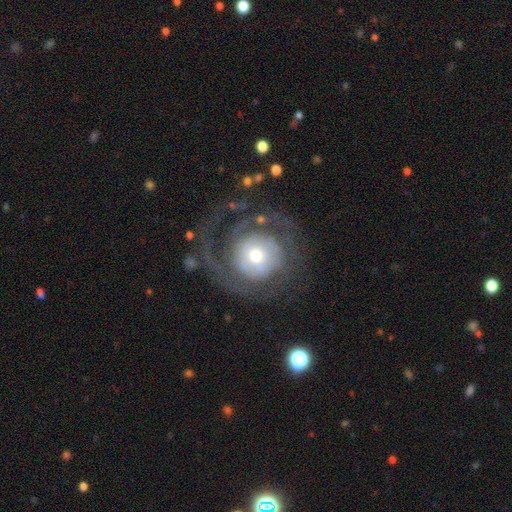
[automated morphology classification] The model was most divided on "spiral arm count": 2: 36%, can't tell: 29%, 1: 14%, 3: 11%, 4: 5%, more than 4: 5%. More confident: edge-on disk — no (97%); spiral arms — yes (83%); smooth or featured — featured or disk (76%); bar — no (74%); merging — none (61%); spiral winding — tight (55%); bulge size — moderate (55%).